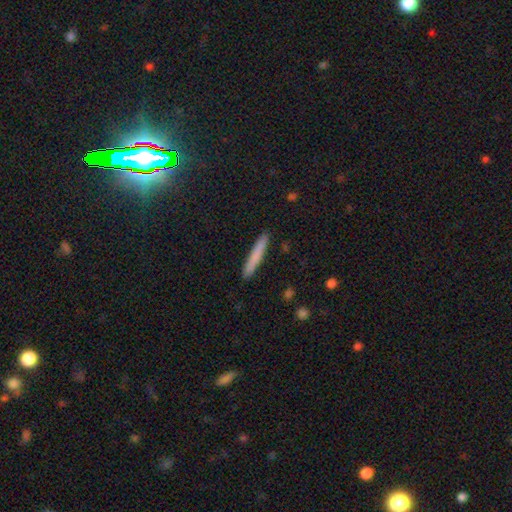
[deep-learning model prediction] The model was most divided on "smooth or featured": smooth: 77%, featured or disk: 17%, star or artifact: 7%. More confident: how rounded — cigar-shaped (96%); merging — none (91%).